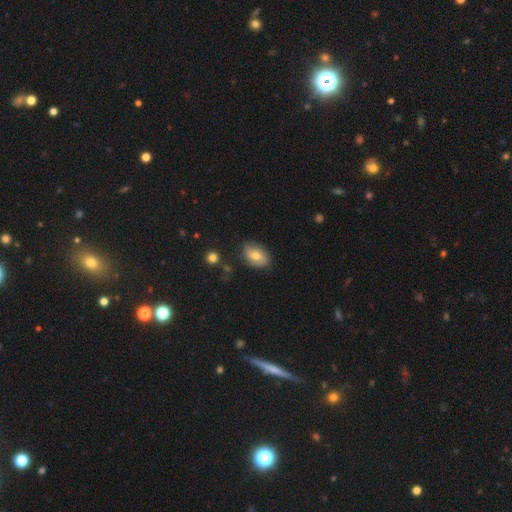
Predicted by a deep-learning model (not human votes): Smooth or featured?
  - smooth: 70% *
  - featured or disk: 22%
  - star or artifact: 8%
How rounded?
  - in between: 89% *
  - round: 10%
  - cigar-shaped: 2%
Merging?
  - none: 80% *
  - minor disturbance: 15%
  - major disturbance: 3%
  - merger: 2%